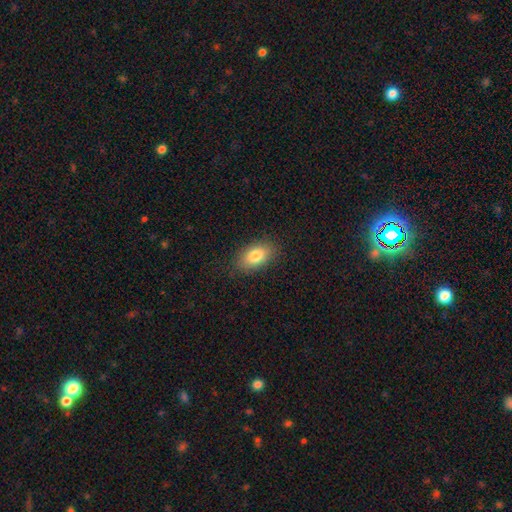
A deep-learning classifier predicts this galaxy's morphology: This is clearly a smooth galaxy (82%). How rounded: clearly in between (91%). Merging: clearly none (86%).